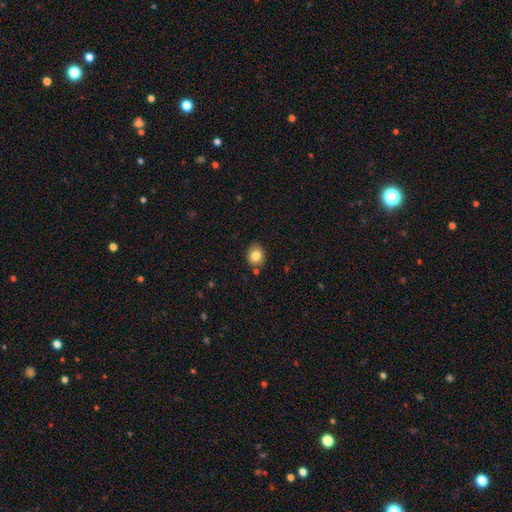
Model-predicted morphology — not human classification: This is clearly a smooth galaxy (81%). How rounded: possibly round (59%). Merging: clearly none (81%).